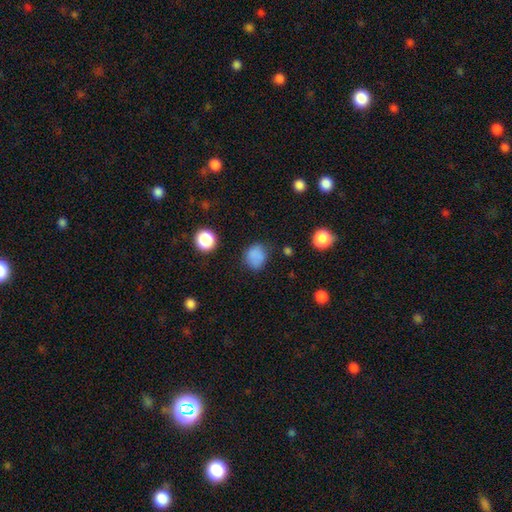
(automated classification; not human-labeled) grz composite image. It shows a smooth galaxy with no disk features (83%) that is round (72%). Merging: none (70%).